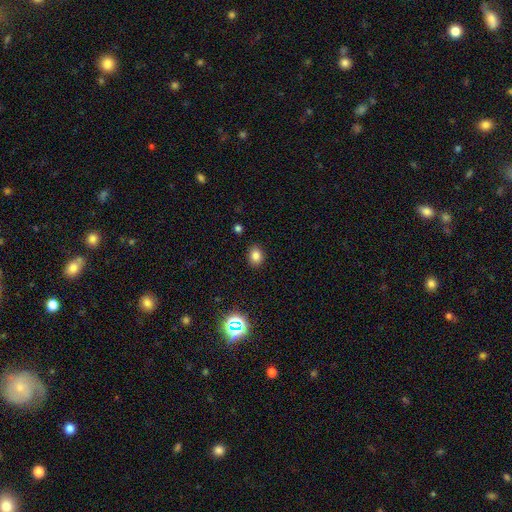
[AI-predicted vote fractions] smooth 81%, star or artifact 13%, featured or disk 5%. Down the decision tree: how rounded — in between (55%); merging — none (89%).